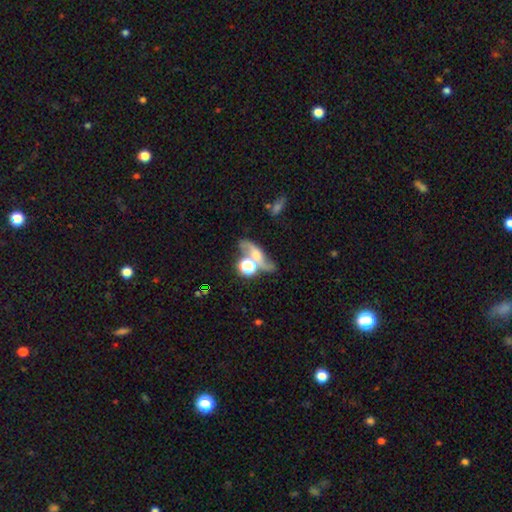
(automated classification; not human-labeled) Morphology: type=featured or disk (47%); merging=none (39%).